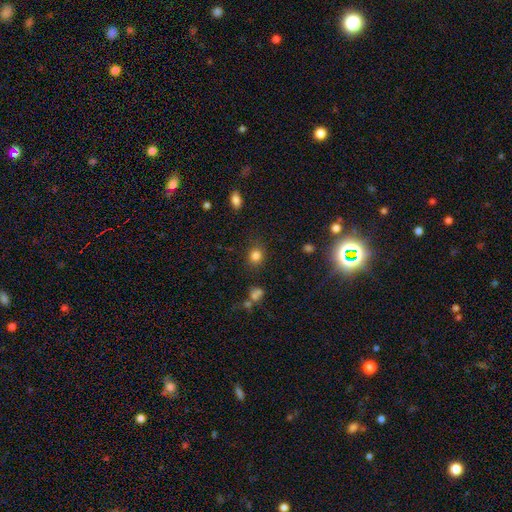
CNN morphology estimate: smooth-or-featured: smooth: 82% | star or artifact: 13% | featured or disk: 5%
  how-rounded: round: 71% | in between: 28% | cigar-shaped: 1%
  merging: none: 79% | minor disturbance: 13% | major disturbance: 4% | merger: 3%